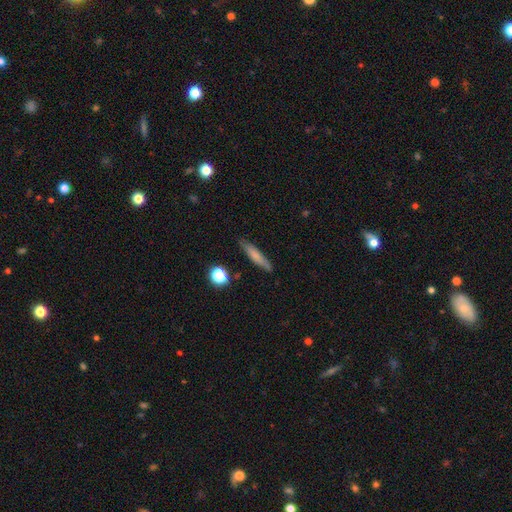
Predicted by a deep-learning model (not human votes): This is likely a smooth galaxy (68%). How rounded: clearly cigar-shaped (86%). Merging: clearly none (83%).